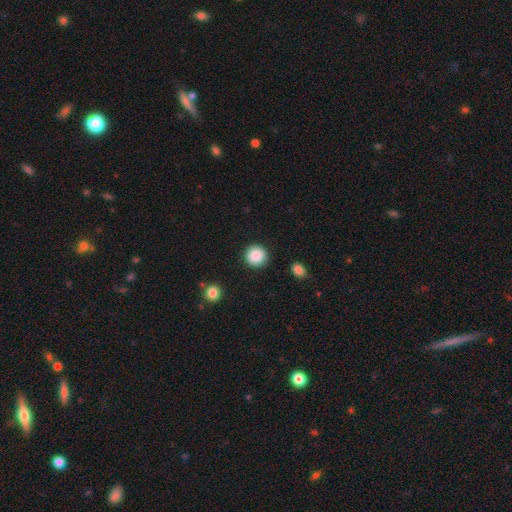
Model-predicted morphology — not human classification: Smooth or featured? smooth (86%)
How rounded? round (94%)
Merging? none (90%)